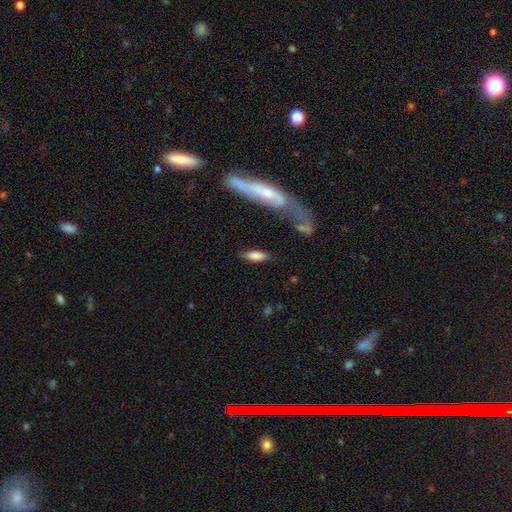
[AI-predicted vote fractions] Smooth or featured: smooth — 77% (featured or disk — 16%)
How rounded: in between — 68% (cigar-shaped — 30%)
Merging: none — 72% (minor disturbance — 16%)